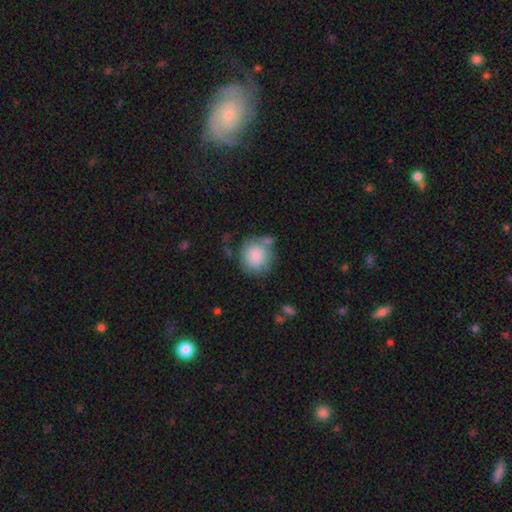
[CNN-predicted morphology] A smooth galaxy with no disk features (86%) that is round (87%).

Vote fractions:
- Smooth or featured? smooth: 86% / featured or disk: 8% / star or artifact: 6%
- How rounded? round: 87% / in between: 12% / cigar-shaped: 1%
- Merging? none: 60% / minor disturbance: 19% / merger: 13% / major disturbance: 7%